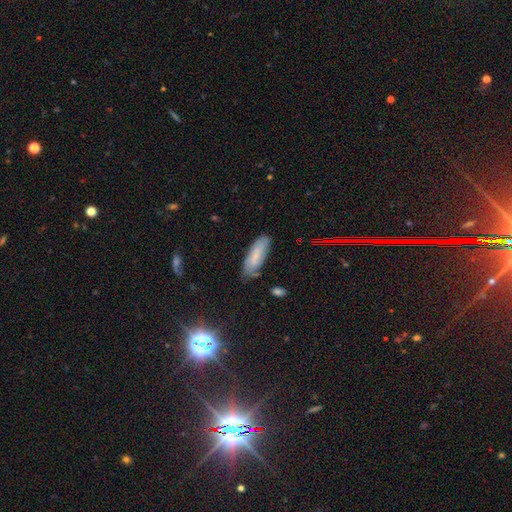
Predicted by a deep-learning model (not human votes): Smooth or featured: smooth — 63% (featured or disk — 26%)
How rounded: in between — 63% (cigar-shaped — 35%)
Merging: none — 71% (minor disturbance — 22%)